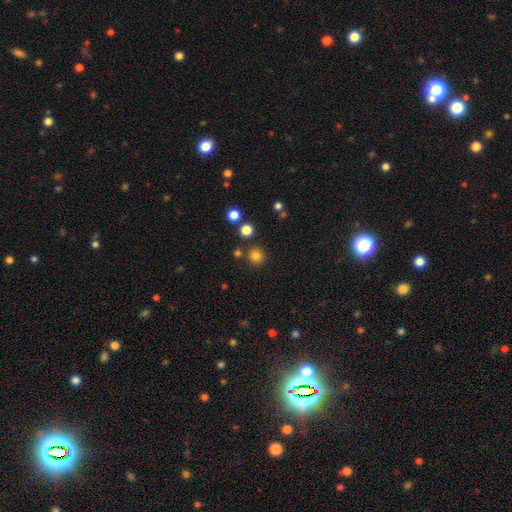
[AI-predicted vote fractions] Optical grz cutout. It shows a smooth galaxy with no disk features (80%) that is round (94%). Merging: none (85%).